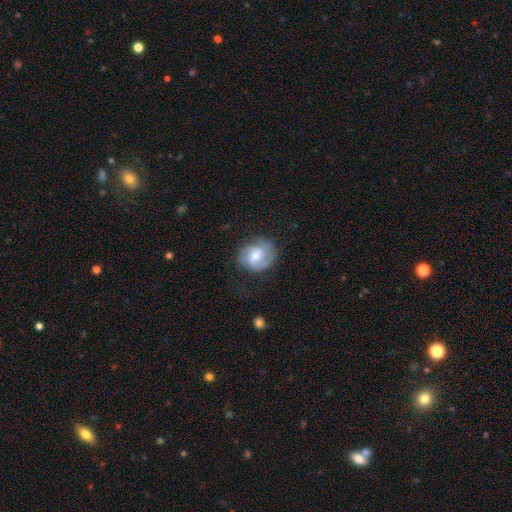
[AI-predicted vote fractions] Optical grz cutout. It shows a featured or disk galaxy (64%) with no bar (57%), 2 (56%) tight (44%) spiral arms (88%) and a moderate central bulge (53%). Merging: none (64%).